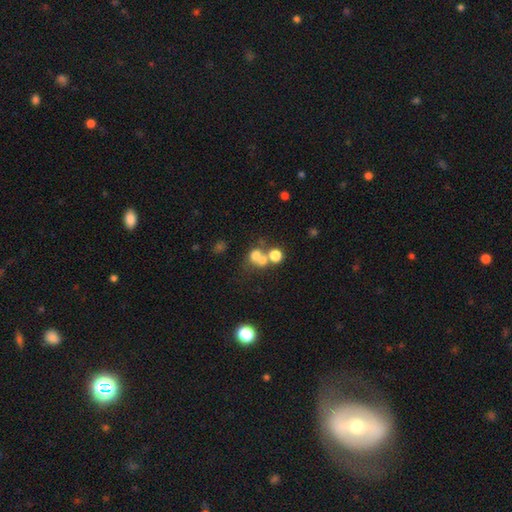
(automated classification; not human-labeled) Smooth or featured: smooth — 63% (featured or disk — 19%)
How rounded: round — 80% (in between — 19%)
Merging: merger — 50% (none — 37%)